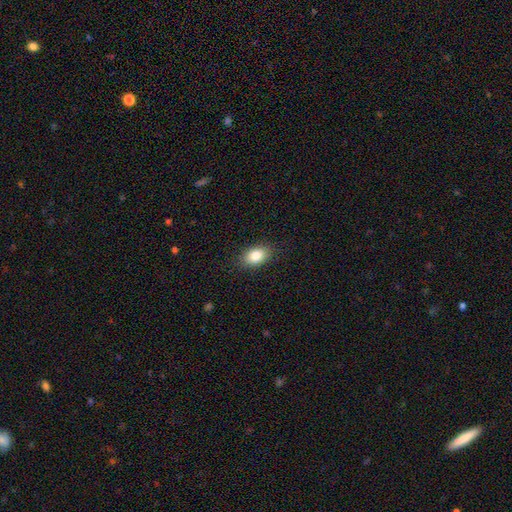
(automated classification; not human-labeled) Morphology: type=smooth (84%); roundness=in between (86%); merging=none (87%).